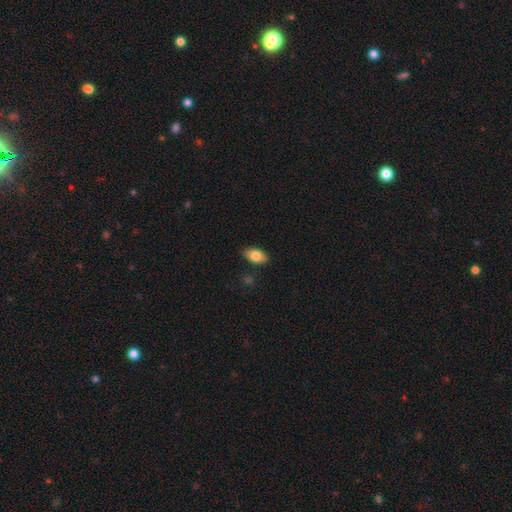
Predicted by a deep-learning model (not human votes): Morphology: type=smooth (81%); roundness=in between (91%); merging=none (86%).